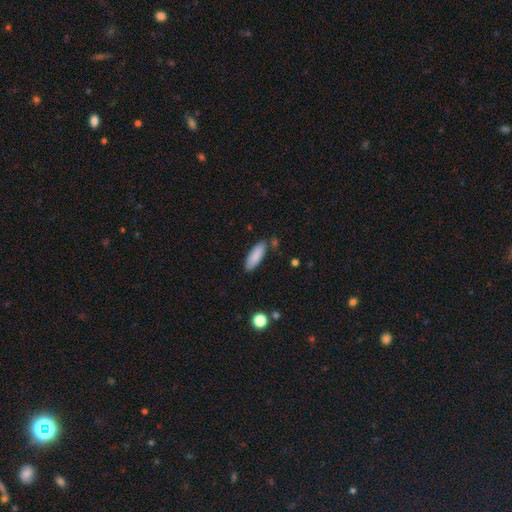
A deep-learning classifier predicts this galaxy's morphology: smooth_or_featured: smooth (p=0.87) [alt: featured or disk p=0.07]
how_rounded: in between (p=0.62) [alt: cigar-shaped p=0.36]
merging: none (p=0.80) [alt: minor disturbance p=0.14]